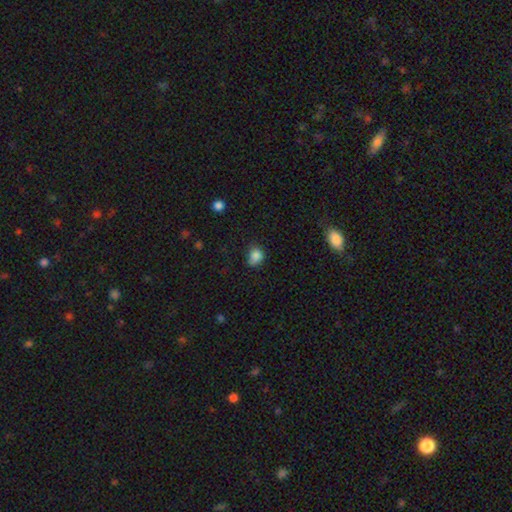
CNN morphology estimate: This is clearly a smooth galaxy (83%). How rounded: possibly in between (51%). Merging: possibly none (53%).